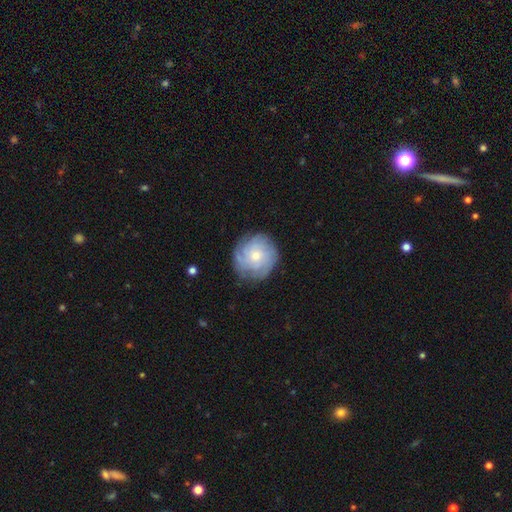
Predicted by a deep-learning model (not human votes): This is possibly a featured or disk galaxy (60%). It is clearly not viewed edge-on (97%). Bar: likely no (80%). Spiral arm pattern: clearly yes (85%). Central bulge: possibly moderate (48%). Merging: likely none (78%).